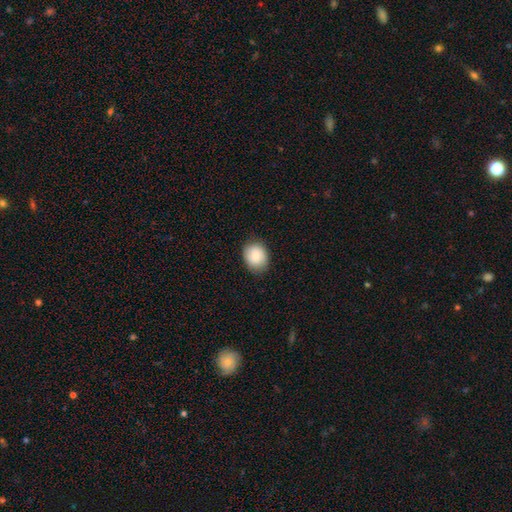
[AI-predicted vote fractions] This is clearly a smooth galaxy (82%). How rounded: possibly round (58%). Merging: clearly none (83%).